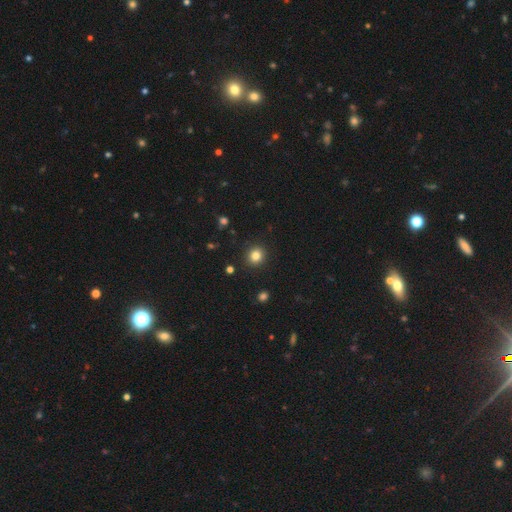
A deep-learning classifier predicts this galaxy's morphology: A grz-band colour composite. It shows a smooth galaxy with no disk features (82%) that is round (85%). Merging: none (91%).